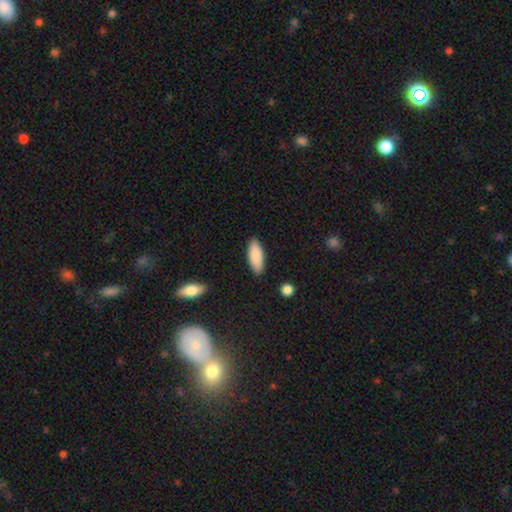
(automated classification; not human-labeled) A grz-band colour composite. It shows a smooth galaxy with no disk features (88%) that is in between round and cigar-shaped (71%). Merging: none (88%).